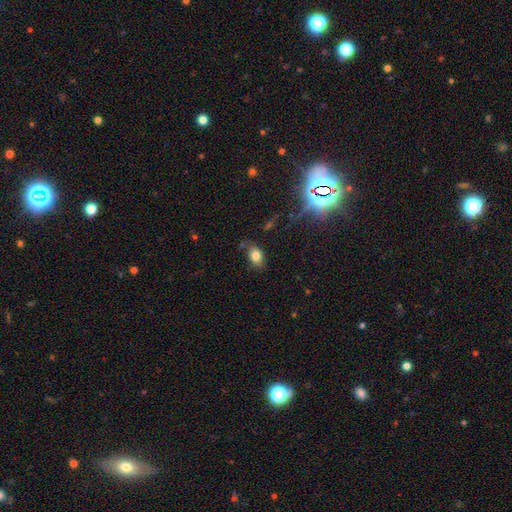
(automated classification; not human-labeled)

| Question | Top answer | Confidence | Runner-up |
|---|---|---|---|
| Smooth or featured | smooth | 79% | star or artifact (11%) |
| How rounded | in between | 86% | round (12%) |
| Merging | none | 74% | minor disturbance (18%) |